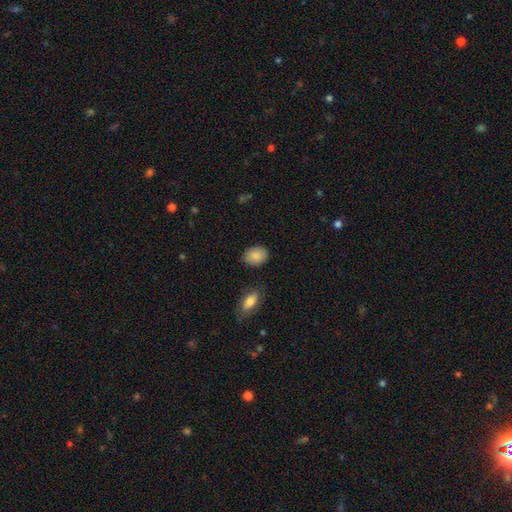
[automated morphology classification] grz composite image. It shows a smooth galaxy with no disk features (88%) that is in between round and cigar-shaped (72%). Merging: none (87%).